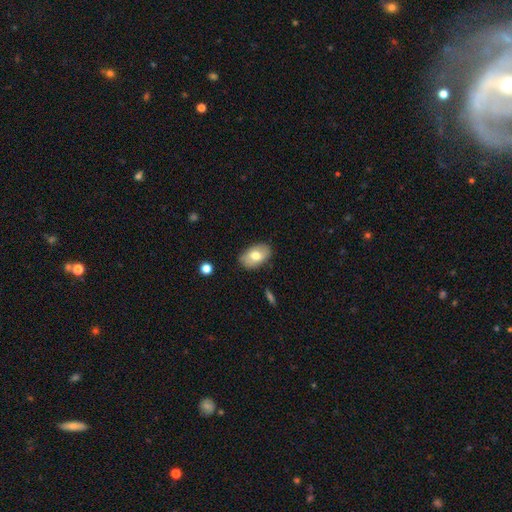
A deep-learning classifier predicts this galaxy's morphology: A smooth galaxy with no disk features (70%) that is in between round and cigar-shaped (90%). Merging: none (82%).